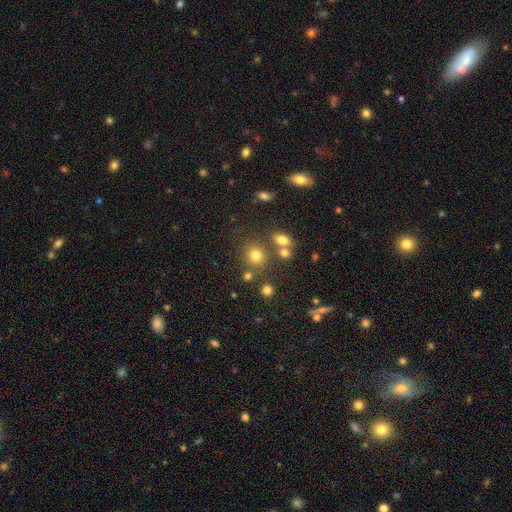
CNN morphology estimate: Smooth or featured?
  - smooth: 75% *
  - star or artifact: 16%
  - featured or disk: 8%
How rounded?
  - round: 81% *
  - in between: 18%
  - cigar-shaped: 1%
Merging?
  - none: 71% *
  - merger: 14%
  - minor disturbance: 10%
  - major disturbance: 5%